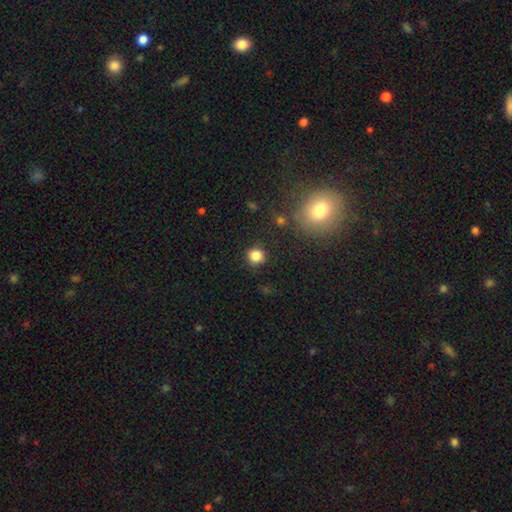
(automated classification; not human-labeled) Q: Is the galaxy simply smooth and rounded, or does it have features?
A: smooth — 84%.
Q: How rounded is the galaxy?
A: round — 92%.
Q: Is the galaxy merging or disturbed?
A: none — 88%.